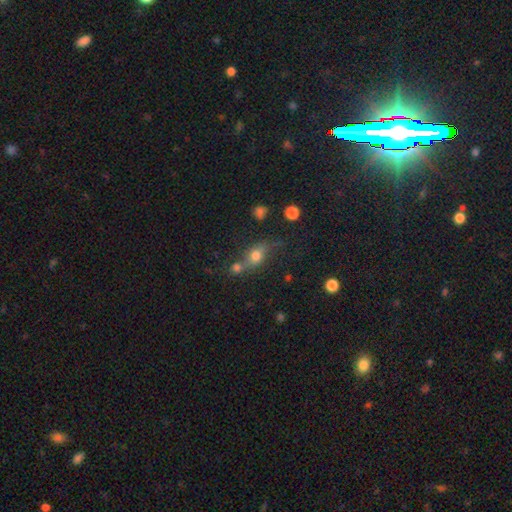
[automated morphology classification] smooth-or-featured: smooth: 65% | featured or disk: 19% | star or artifact: 15%
  how-rounded: in between: 53% | round: 39% | cigar-shaped: 8%
  merging: none: 40% | merger: 37% | minor disturbance: 14% | major disturbance: 9%